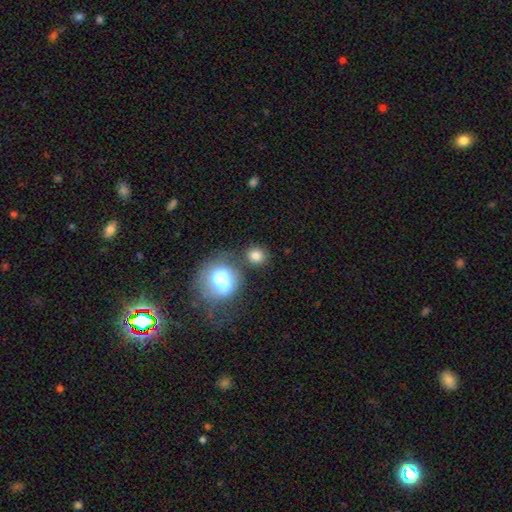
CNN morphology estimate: smooth-or-featured: smooth: 80% | star or artifact: 12% | featured or disk: 9%
  how-rounded: round: 80% | in between: 19% | cigar-shaped: 1%
  merging: none: 64% | merger: 18% | minor disturbance: 12% | major disturbance: 6%